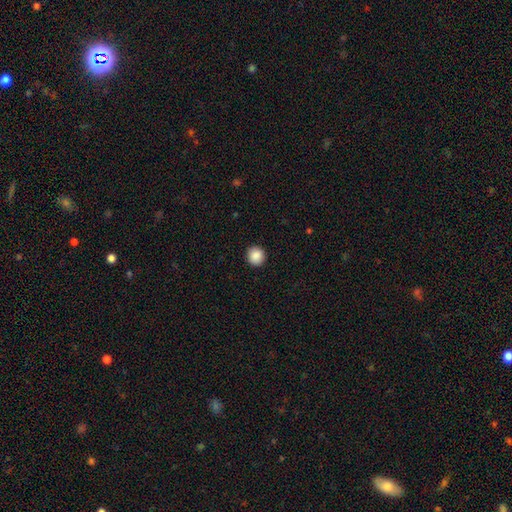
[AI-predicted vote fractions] The model was most divided on "smooth or featured": smooth: 89%, star or artifact: 9%, featured or disk: 3%. More confident: merging — none (92%); how rounded — round (90%).